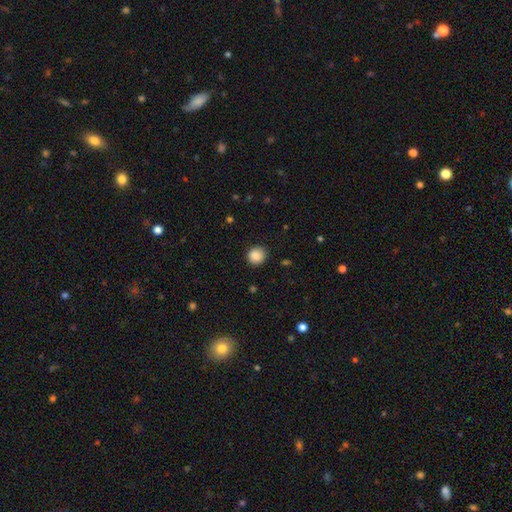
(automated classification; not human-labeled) A smooth galaxy with no disk features (87%) that is round (89%).

Vote fractions:
- Smooth or featured? smooth: 87% / star or artifact: 9% / featured or disk: 4%
- How rounded? round: 89% / in between: 10% / cigar-shaped: 1%
- Merging? none: 88% / minor disturbance: 8% / major disturbance: 2% / merger: 1%